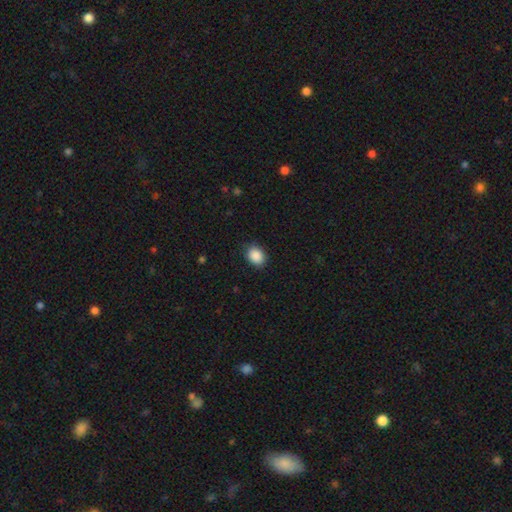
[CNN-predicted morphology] Q: Smooth or featured?
A: smooth (89%); runner-up: star or artifact (8%)
Q: How rounded?
A: in between (63%); runner-up: round (36%)
Q: Merging?
A: none (85%); runner-up: minor disturbance (11%)